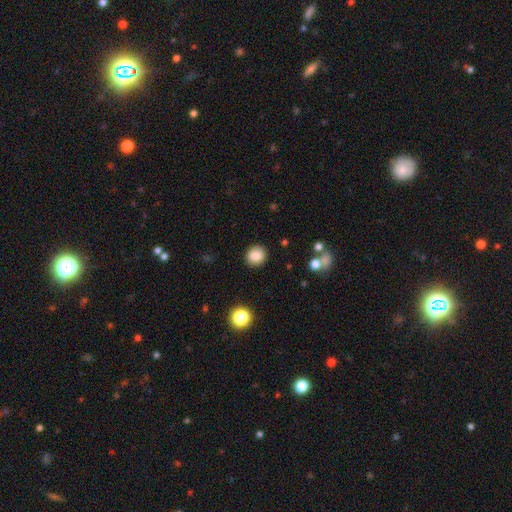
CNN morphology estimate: This appears to be a smooth galaxy with no disk features (85%) that is round (75%). Merging: none (88%).